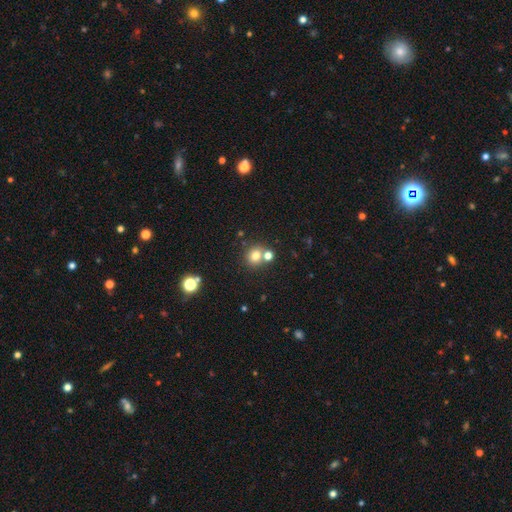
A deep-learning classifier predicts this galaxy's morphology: type=smooth (75%); roundness=round (84%); merging=none (63%).